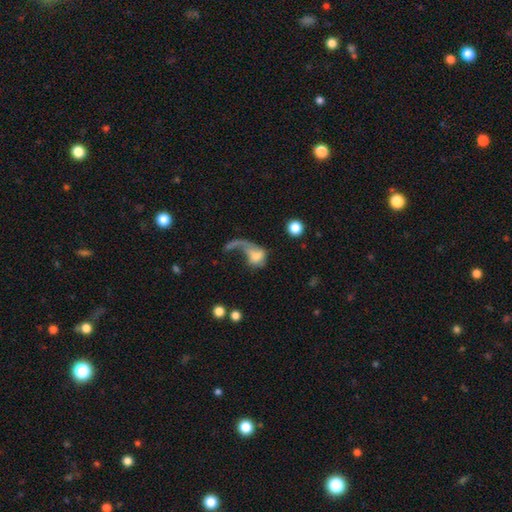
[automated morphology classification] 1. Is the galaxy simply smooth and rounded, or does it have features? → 47% smooth, 44% featured or disk, 9% star or artifact.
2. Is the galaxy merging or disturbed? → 58% major disturbance, 17% none, 14% merger, 11% minor disturbance.